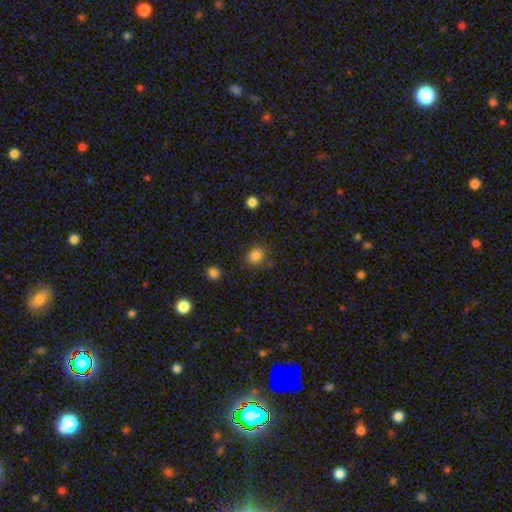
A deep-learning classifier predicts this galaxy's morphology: Smooth or featured: smooth — 83% (star or artifact — 13%)
How rounded: round — 77% (in between — 22%)
Merging: none — 79% (minor disturbance — 14%)